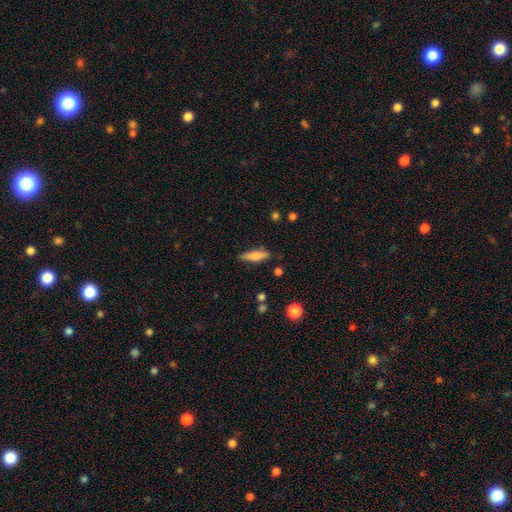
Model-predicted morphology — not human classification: This is likely a smooth galaxy (63%). How rounded: possibly cigar-shaped (59%). Merging: clearly none (83%).